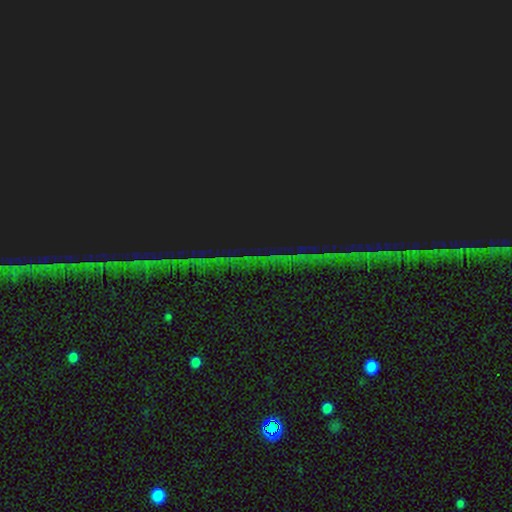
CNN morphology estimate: Smooth or featured? star or artifact (86%)